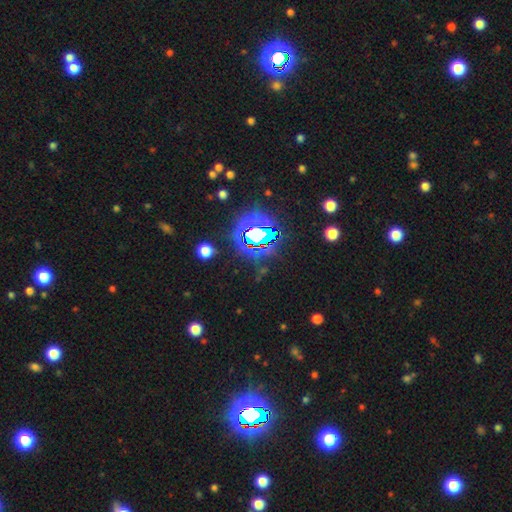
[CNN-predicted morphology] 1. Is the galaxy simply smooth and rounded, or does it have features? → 83% star or artifact, 10% smooth, 7% featured or disk.